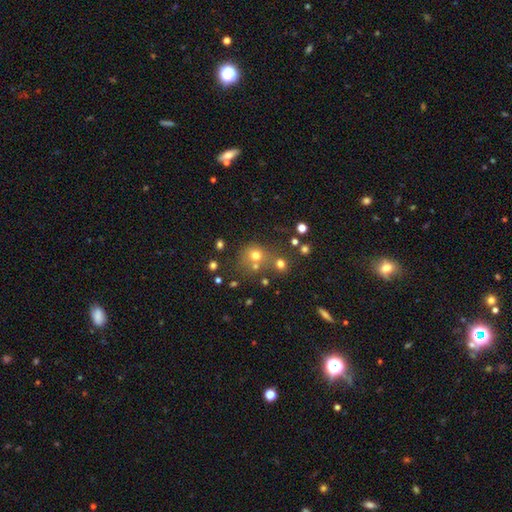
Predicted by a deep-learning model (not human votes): Overall: smooth (67%). How rounded: round (82%). Merging: none (52%; merger 30%).